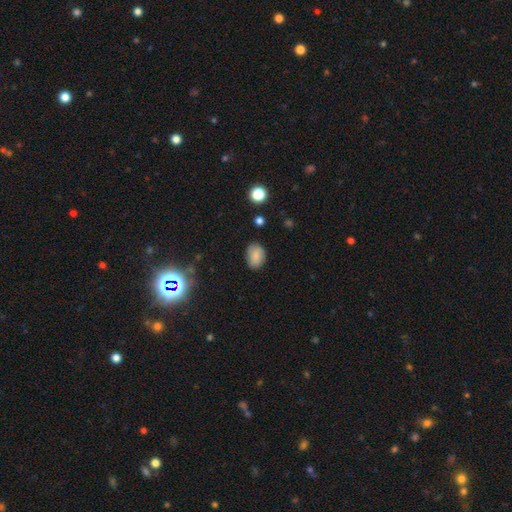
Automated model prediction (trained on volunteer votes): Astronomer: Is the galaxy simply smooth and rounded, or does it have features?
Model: smooth — 81%.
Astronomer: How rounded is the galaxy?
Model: in between — 80%.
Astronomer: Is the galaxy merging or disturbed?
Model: none — 78%.